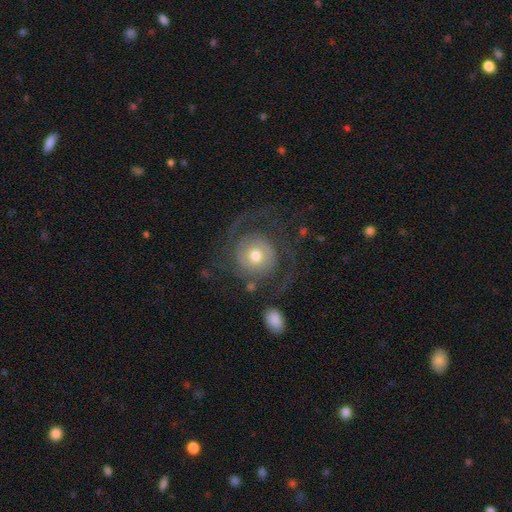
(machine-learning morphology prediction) featured or disk 76%, smooth 18%, star or artifact 6%. Down the decision tree: edge-on disk — no (98%); bar — no (77%); spiral arms — yes (90%); spiral arm count — 2 (62%); spiral winding — medium (38%); bulge size — moderate (64%); merging — none (60%).